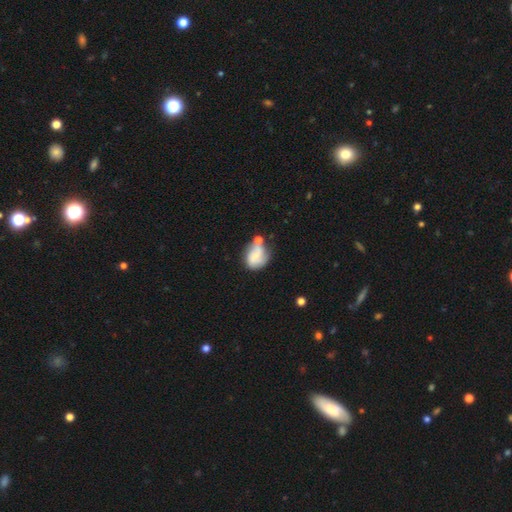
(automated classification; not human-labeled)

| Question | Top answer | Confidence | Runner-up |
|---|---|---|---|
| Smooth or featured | smooth | 59% | featured or disk (32%) |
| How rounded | in between | 57% | round (42%) |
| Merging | none | 38% | merger (25%) |